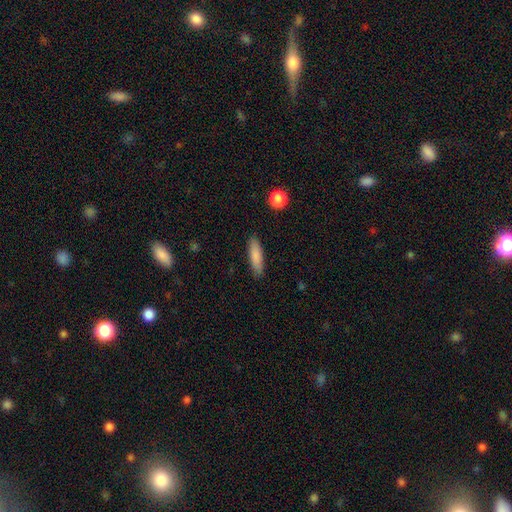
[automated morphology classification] smooth_or_featured: smooth (p=0.84) [alt: featured or disk p=0.10]
how_rounded: cigar-shaped (p=0.64) [alt: in between p=0.34]
merging: none (p=0.88) [alt: minor disturbance p=0.09]